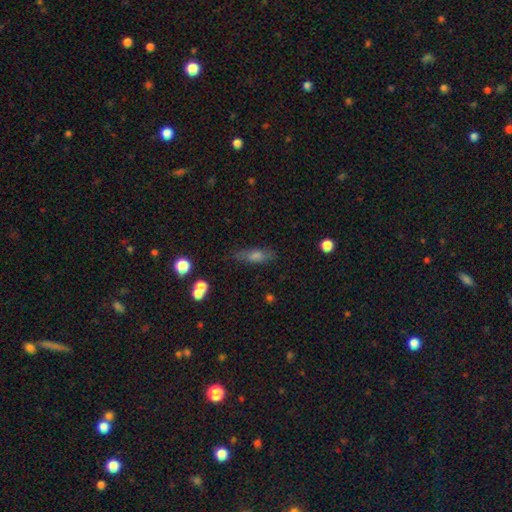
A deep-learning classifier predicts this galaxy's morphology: Smooth or featured: smooth — 62% (featured or disk — 25%)
How rounded: in between — 48% (cigar-shaped — 47%)
Merging: none — 77% (minor disturbance — 16%)